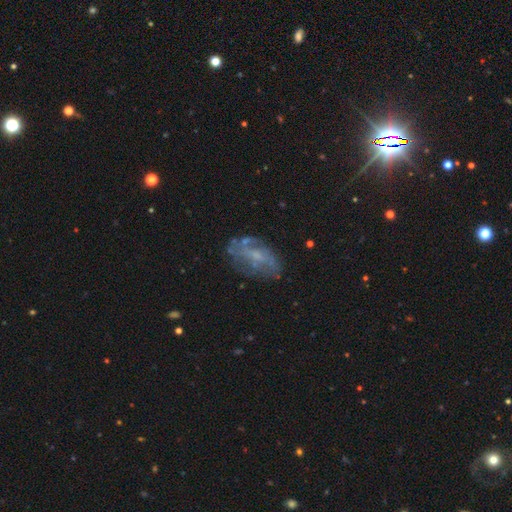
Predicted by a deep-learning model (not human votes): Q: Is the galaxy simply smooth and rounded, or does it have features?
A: featured or disk — 62%.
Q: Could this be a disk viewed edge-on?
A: no — 93%.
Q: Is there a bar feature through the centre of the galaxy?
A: no — 57%.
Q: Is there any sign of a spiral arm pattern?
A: yes — 58%.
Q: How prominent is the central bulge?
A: small — 51%.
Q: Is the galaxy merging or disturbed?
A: none — 62%.